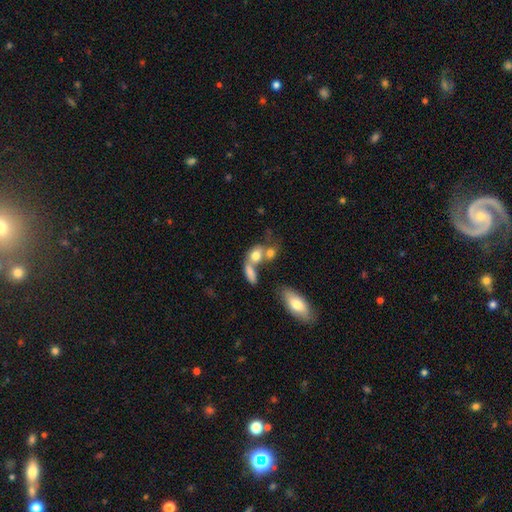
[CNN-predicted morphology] type=smooth (71%); roundness=in between (64%); merging=merger (55%).